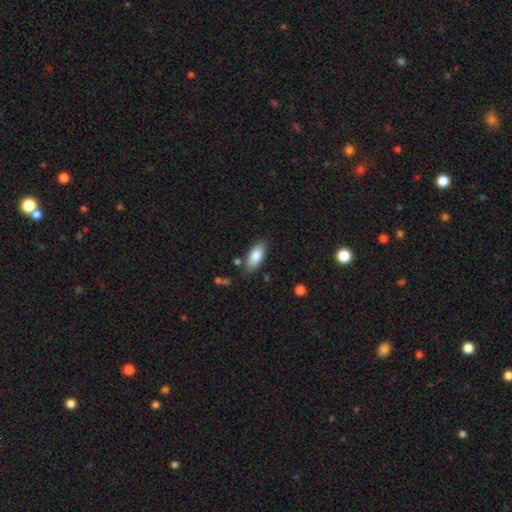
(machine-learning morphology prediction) A smooth galaxy with no disk features (83%) that is in between round and cigar-shaped (86%).

Vote fractions:
- Smooth or featured? smooth: 83% / featured or disk: 11% / star or artifact: 6%
- How rounded? in between: 86% / cigar-shaped: 12% / round: 2%
- Merging? none: 80% / minor disturbance: 14% / merger: 3% / major disturbance: 3%